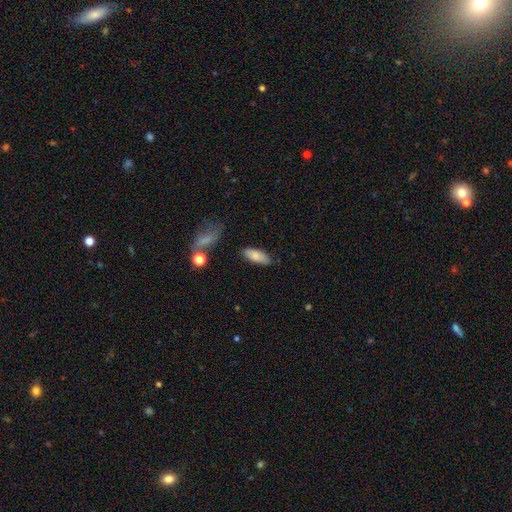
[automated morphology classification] A smooth galaxy with no disk features (80%) that is in between round and cigar-shaped (75%). Merging: none (81%).